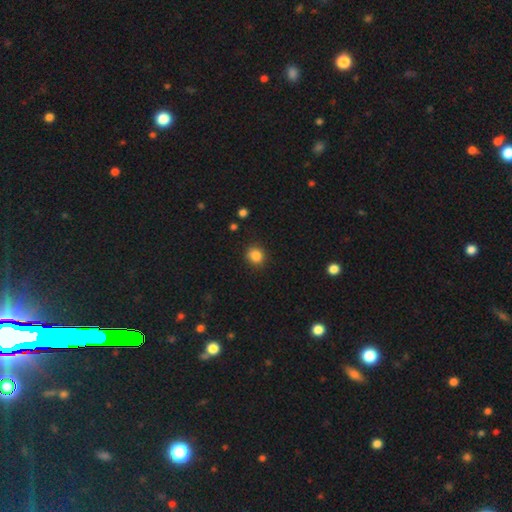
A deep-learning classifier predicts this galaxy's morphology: This is clearly a smooth galaxy (85%). How rounded: clearly round (81%). Merging: clearly none (87%).